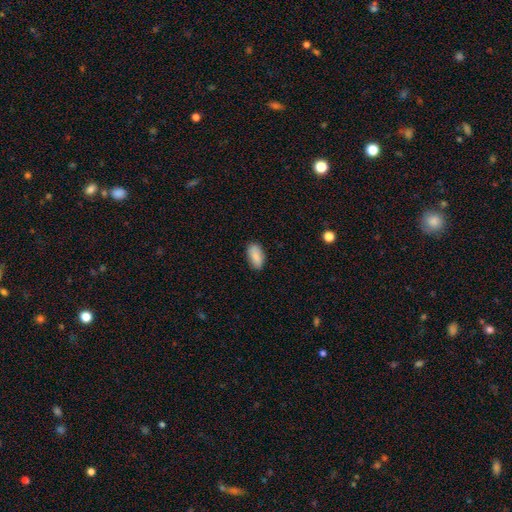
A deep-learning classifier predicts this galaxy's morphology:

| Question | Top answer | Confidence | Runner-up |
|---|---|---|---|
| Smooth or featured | smooth | 86% | featured or disk (8%) |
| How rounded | in between | 92% | cigar-shaped (5%) |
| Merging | none | 87% | minor disturbance (10%) |